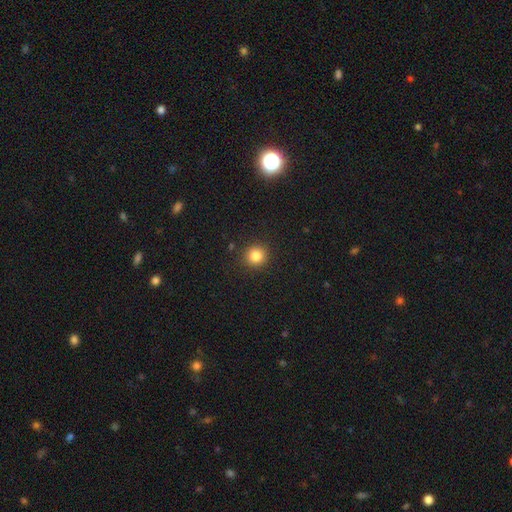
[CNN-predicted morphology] This appears to be a smooth galaxy with no disk features (84%) that is round (92%). Merging: none (91%).